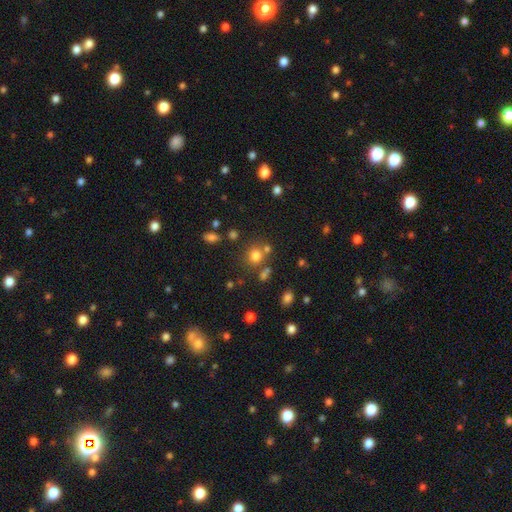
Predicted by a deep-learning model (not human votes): Overall: smooth (74%). How rounded: round (80%). Merging: none (69%).